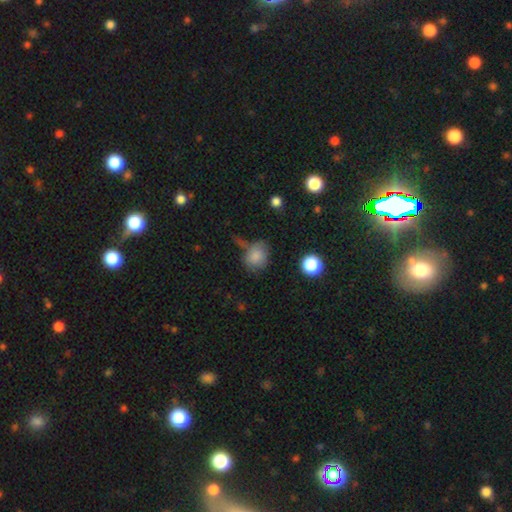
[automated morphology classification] smooth 82%, star or artifact 10%, featured or disk 7%. Down the decision tree: how rounded — round (66%); merging — none (52%).